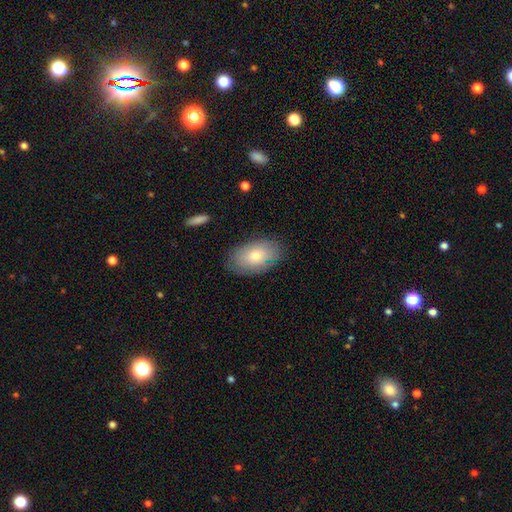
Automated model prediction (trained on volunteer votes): smooth-or-featured: smooth: 75% | featured or disk: 19% | star or artifact: 7%
  how-rounded: in between: 92% | round: 6% | cigar-shaped: 1%
  merging: none: 83% | minor disturbance: 13% | major disturbance: 3% | merger: 1%